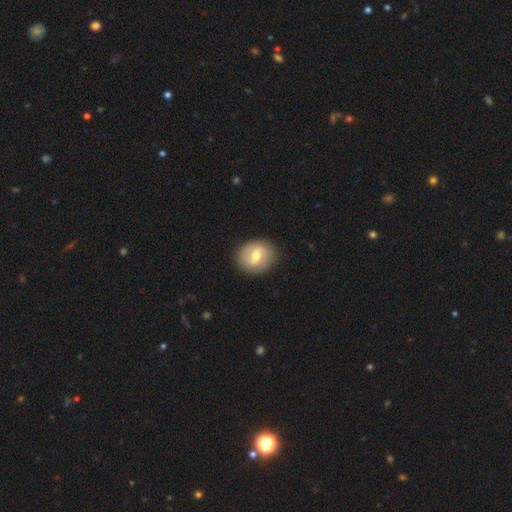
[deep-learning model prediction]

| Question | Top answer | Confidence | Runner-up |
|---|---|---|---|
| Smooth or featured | smooth | 48% | featured or disk (45%) |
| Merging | none | 86% | minor disturbance (10%) |